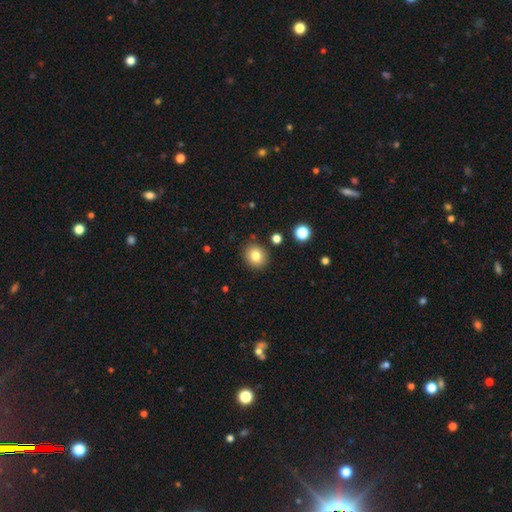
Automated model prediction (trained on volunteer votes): Morphology: type=smooth (81%); roundness=round (79%); merging=none (87%).